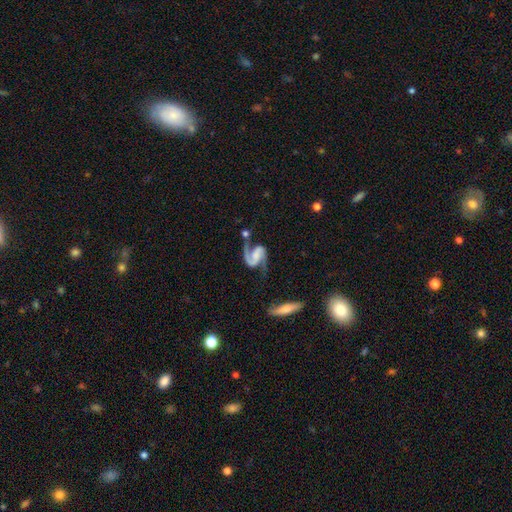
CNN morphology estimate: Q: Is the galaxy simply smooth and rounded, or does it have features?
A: featured or disk — 89%.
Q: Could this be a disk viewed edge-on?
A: no — 97%.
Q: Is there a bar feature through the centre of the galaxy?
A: no — 42%.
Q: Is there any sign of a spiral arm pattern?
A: yes — 97%.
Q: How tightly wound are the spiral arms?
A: medium — 51%.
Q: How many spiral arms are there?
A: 2 — 89%.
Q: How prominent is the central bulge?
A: none — 44%.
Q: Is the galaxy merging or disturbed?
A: none — 53%.